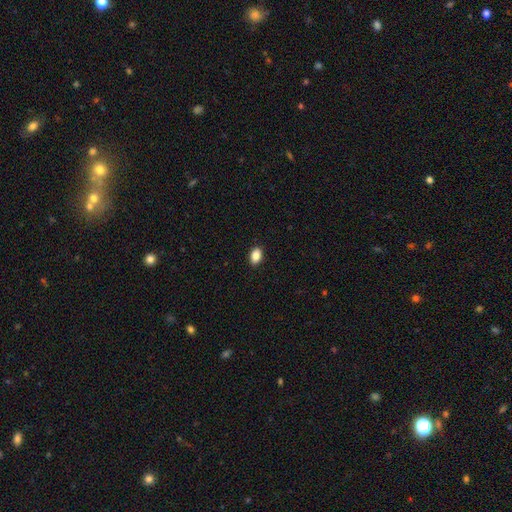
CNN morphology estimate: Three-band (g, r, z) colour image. It shows a smooth galaxy with no disk features (87%) that is in between round and cigar-shaped (87%). Merging: none (90%).